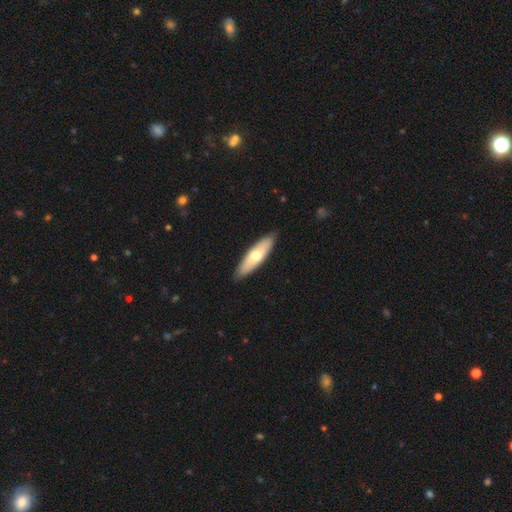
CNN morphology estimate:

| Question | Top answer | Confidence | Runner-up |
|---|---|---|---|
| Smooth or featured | smooth | 60% | featured or disk (35%) |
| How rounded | cigar-shaped | 56% | in between (42%) |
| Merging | none | 87% | minor disturbance (10%) |